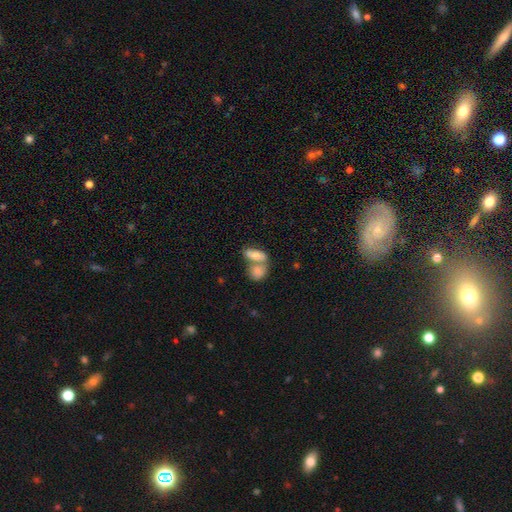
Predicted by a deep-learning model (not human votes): Smooth or featured? Predicted: smooth (p=0.71). How rounded? Predicted: in between (p=0.78). Merging? Predicted: merger (p=0.59).